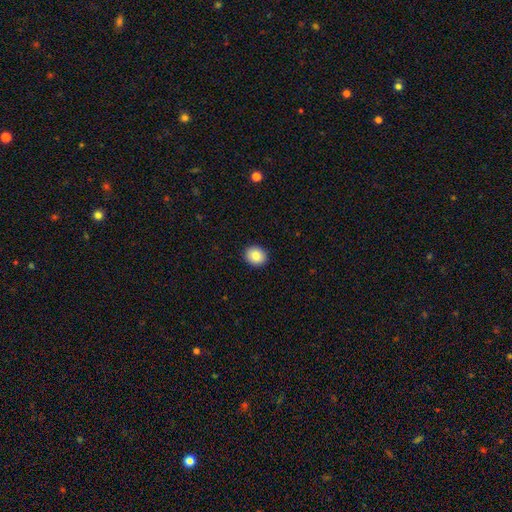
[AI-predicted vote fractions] Q: Smooth or featured?
A: smooth (86%); runner-up: star or artifact (8%)
Q: How rounded?
A: round (69%); runner-up: in between (30%)
Q: Merging?
A: none (92%); runner-up: minor disturbance (6%)